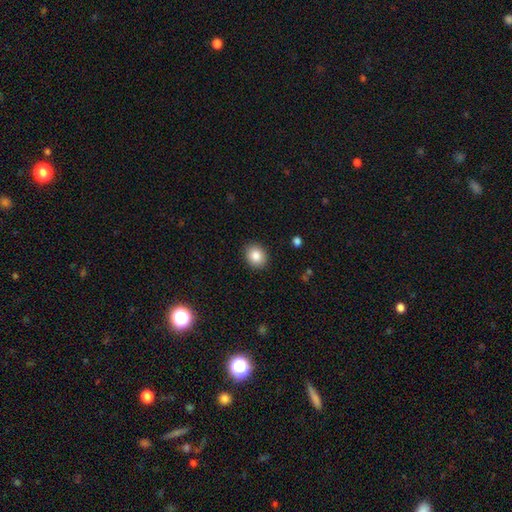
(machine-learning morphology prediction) type=smooth (85%); roundness=round (62%); merging=none (90%).